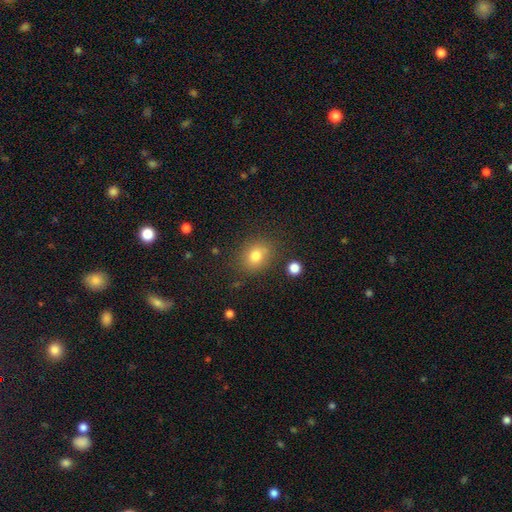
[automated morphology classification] smooth-or-featured: smooth: 79% | star or artifact: 12% | featured or disk: 9%
  how-rounded: round: 62% | in between: 37% | cigar-shaped: 1%
  merging: none: 80% | minor disturbance: 12% | major disturbance: 4% | merger: 4%